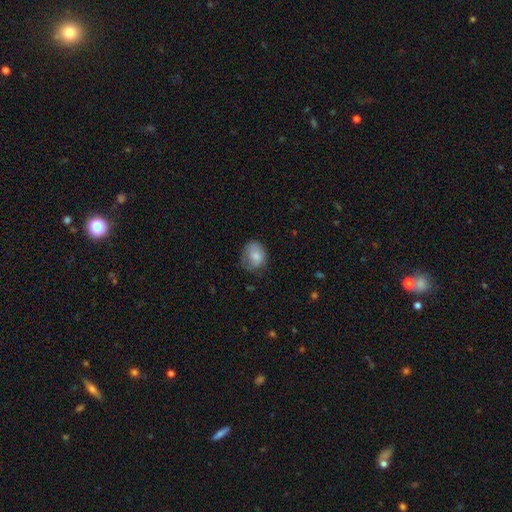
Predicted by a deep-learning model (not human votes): Smooth or featured? Predicted: smooth (p=0.75). How rounded? Predicted: round (p=0.56). Merging? Predicted: none (p=0.57).